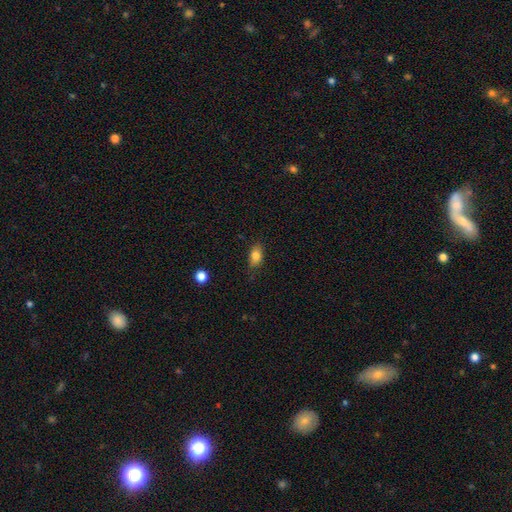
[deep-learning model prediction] This appears to be a smooth galaxy with no disk features (82%) that is in between round and cigar-shaped (84%). Merging: none (77%).